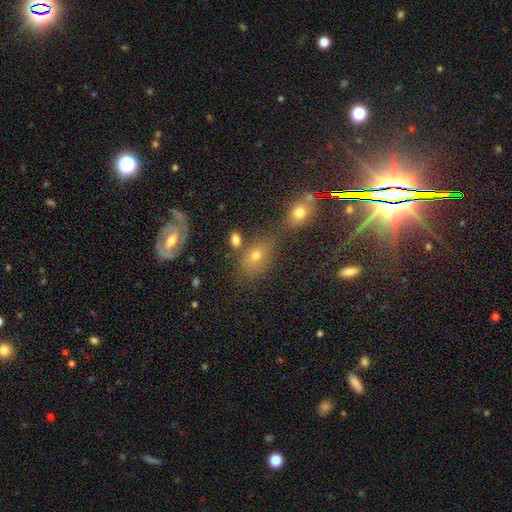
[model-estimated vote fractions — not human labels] The model was most divided on "smooth or featured": smooth: 54%, featured or disk: 28%, star or artifact: 18%. More confident: how rounded — in between (76%); merging — none (58%).